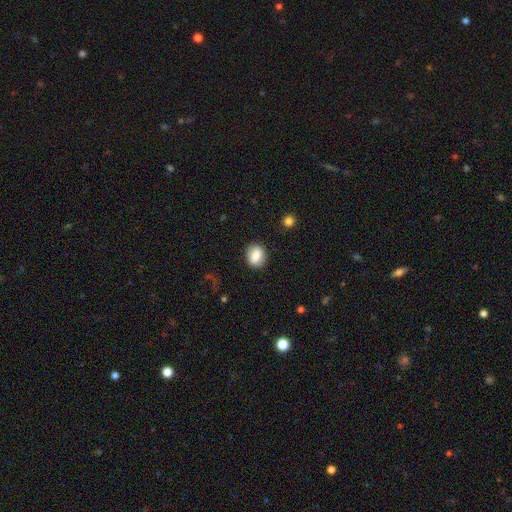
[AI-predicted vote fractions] This is clearly a smooth galaxy (81%). How rounded: possibly in between (52%). Merging: clearly none (87%).